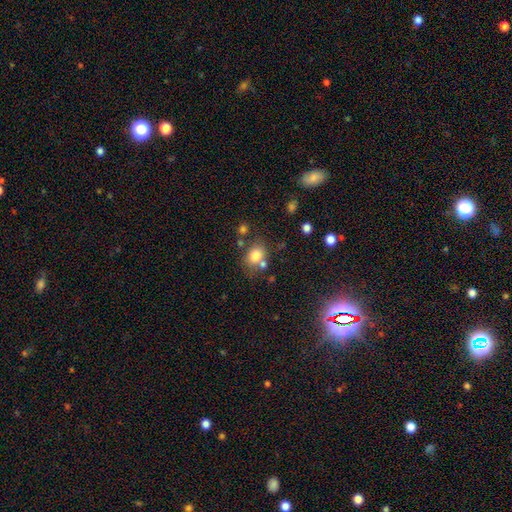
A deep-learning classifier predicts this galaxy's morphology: Smooth or featured?
  - smooth: 79% *
  - star or artifact: 11%
  - featured or disk: 10%
How rounded?
  - in between: 55% *
  - round: 44%
  - cigar-shaped: 1%
Merging?
  - none: 62% *
  - merger: 17%
  - minor disturbance: 15%
  - major disturbance: 6%